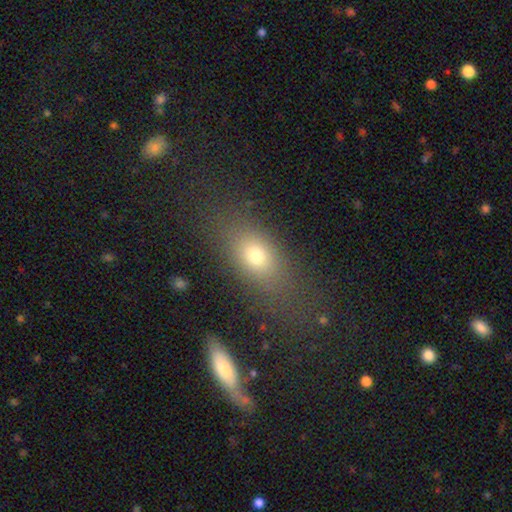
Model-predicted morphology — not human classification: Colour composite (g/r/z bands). It shows a smooth galaxy with no disk features (72%) that is in between round and cigar-shaped (70%). Merging: none (70%).